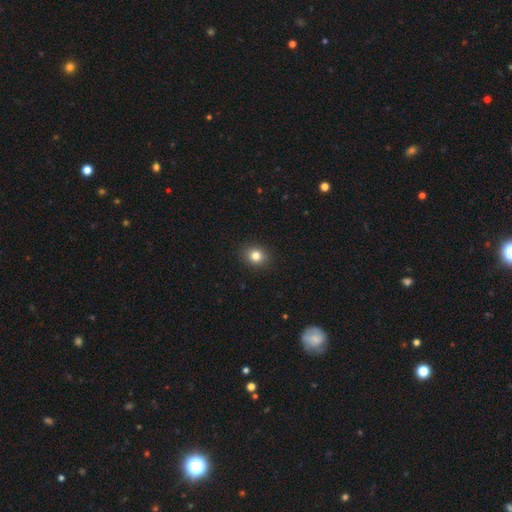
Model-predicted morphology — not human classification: Q: Smooth or featured?
A: smooth (81%); runner-up: star or artifact (12%)
Q: How rounded?
A: round (73%); runner-up: in between (27%)
Q: Merging?
A: none (91%); runner-up: minor disturbance (6%)